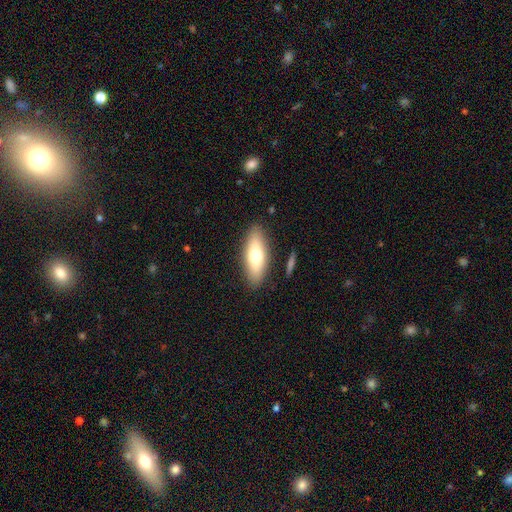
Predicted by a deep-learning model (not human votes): Smooth or featured: smooth — 67% (featured or disk — 27%)
How rounded: in between — 70% (cigar-shaped — 28%)
Merging: none — 86% (minor disturbance — 9%)